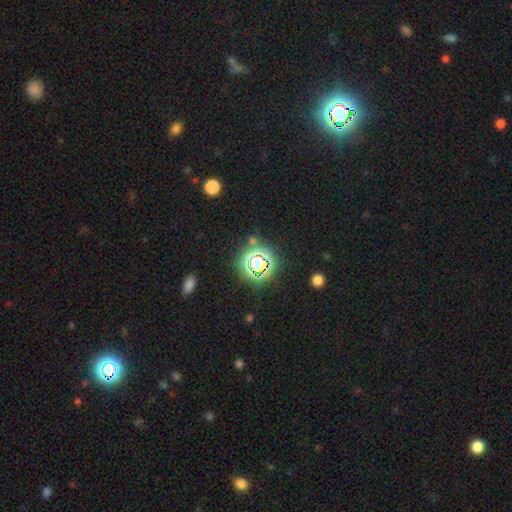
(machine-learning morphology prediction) star or artifact 77%, smooth 15%, featured or disk 8%.